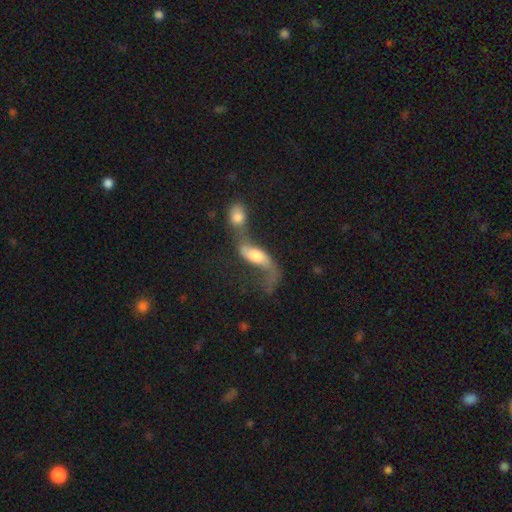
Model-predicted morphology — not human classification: Smooth or featured? featured or disk (62%)
Edge-on disk? no (85%)
Bar? no (52%)
Spiral arms? yes (81%)
Bulge size? moderate (46%)
Merging? merger (67%)